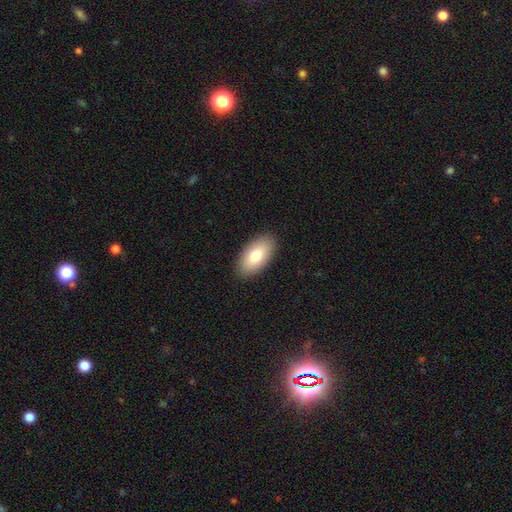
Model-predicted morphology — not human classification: smooth-or-featured: smooth: 78% | featured or disk: 16% | star or artifact: 7%
  how-rounded: in between: 94% | cigar-shaped: 3% | round: 3%
  merging: none: 89% | minor disturbance: 8% | major disturbance: 2% | merger: 1%